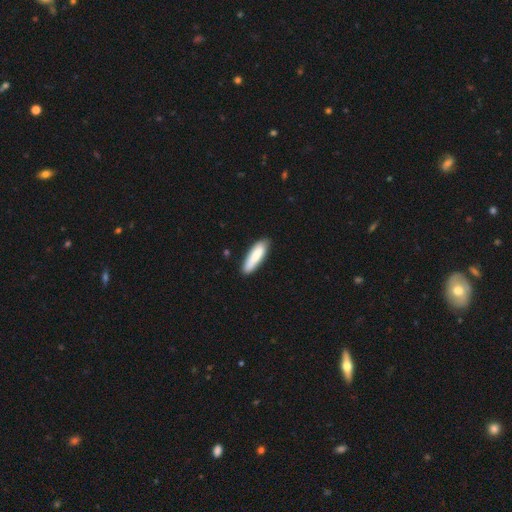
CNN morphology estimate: Smooth or featured? smooth (84%)
How rounded? cigar-shaped (63%)
Merging? none (81%)